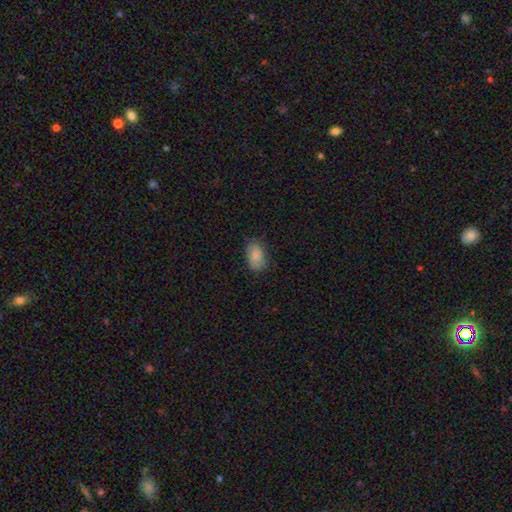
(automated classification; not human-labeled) Smooth or featured? Predicted: smooth (p=0.85). How rounded? Predicted: in between (p=0.91). Merging? Predicted: none (p=0.73).